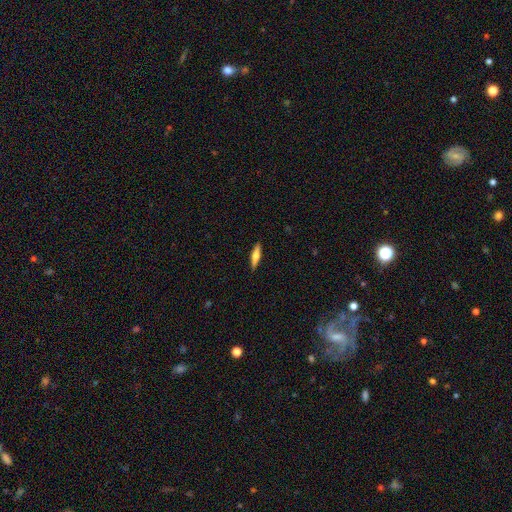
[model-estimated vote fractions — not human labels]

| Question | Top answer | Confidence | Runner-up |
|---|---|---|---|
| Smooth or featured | smooth | 48% | featured or disk (46%) |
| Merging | none | 89% | minor disturbance (8%) |